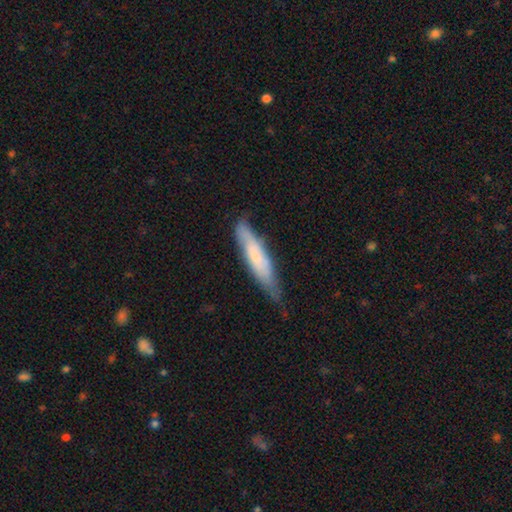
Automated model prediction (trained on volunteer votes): A smooth galaxy with no disk features (58%) that is cigar-shaped (82%). Merging: none (60%).